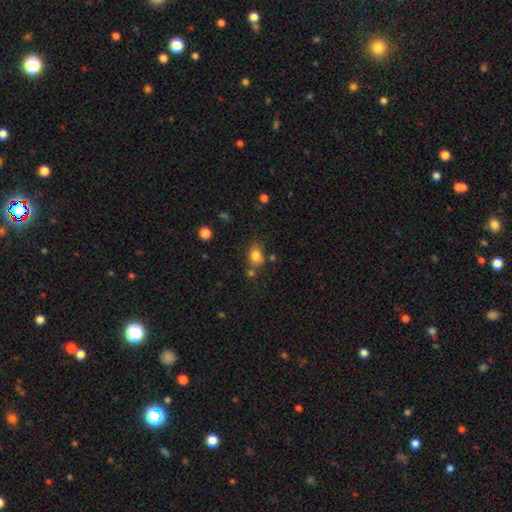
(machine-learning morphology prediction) A smooth galaxy with no disk features (82%) that is in between round and cigar-shaped (70%). Merging: none (63%).